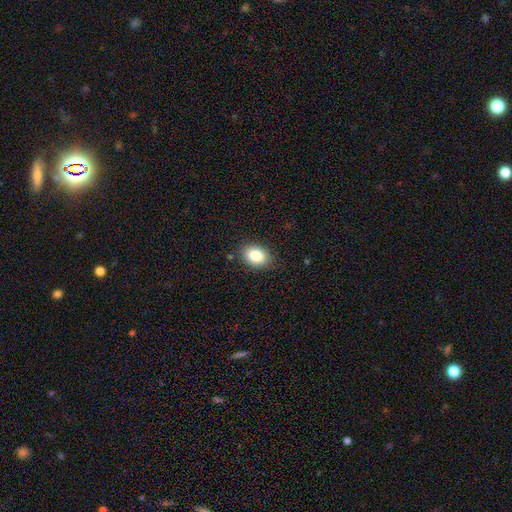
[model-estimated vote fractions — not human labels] Morphology: type=smooth (84%); roundness=in between (79%); merging=none (85%).